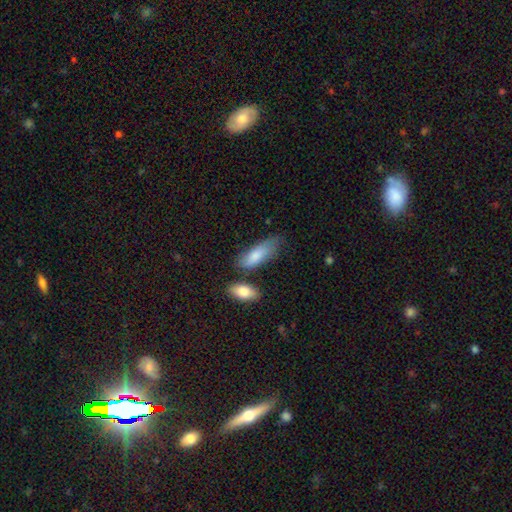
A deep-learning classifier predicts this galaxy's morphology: Q: Smooth or featured?
A: smooth (82%); runner-up: featured or disk (12%)
Q: How rounded?
A: in between (72%); runner-up: cigar-shaped (25%)
Q: Merging?
A: none (55%); runner-up: minor disturbance (27%)